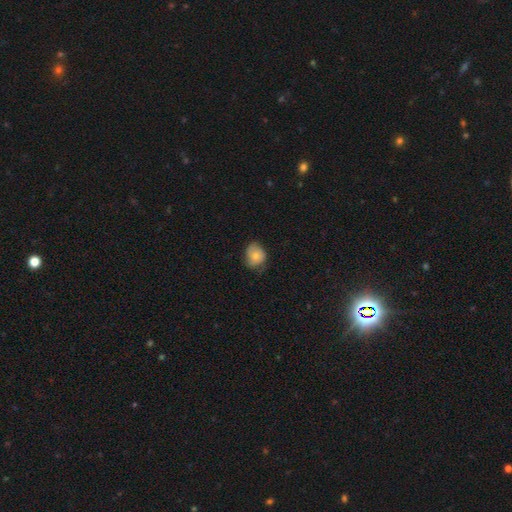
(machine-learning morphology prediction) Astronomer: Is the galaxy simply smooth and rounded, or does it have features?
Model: smooth — 69%.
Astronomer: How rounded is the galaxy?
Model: round — 61% (runner-up: in between, 38%).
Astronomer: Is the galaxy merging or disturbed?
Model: none — 56% (runner-up: minor disturbance, 34%).